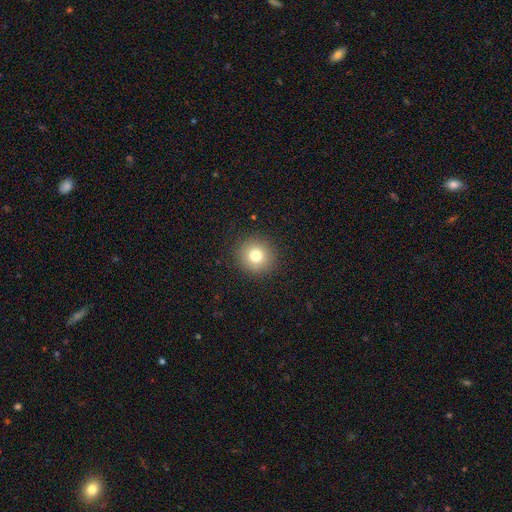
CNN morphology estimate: type=smooth (78%); roundness=round (92%); merging=none (91%).